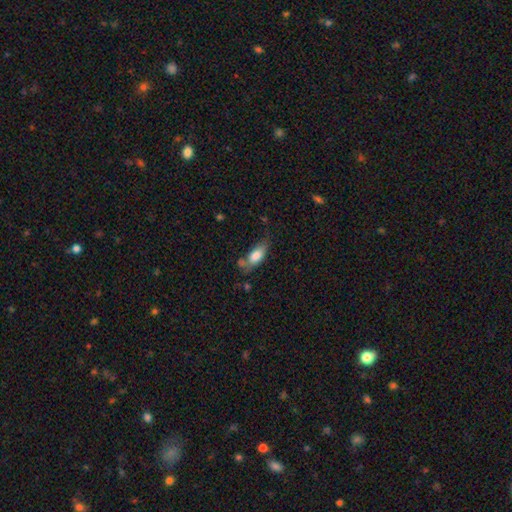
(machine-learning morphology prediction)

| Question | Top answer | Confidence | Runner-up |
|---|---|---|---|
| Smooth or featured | smooth | 76% | featured or disk (16%) |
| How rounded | in between | 80% | cigar-shaped (16%) |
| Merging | none | 46% | minor disturbance (29%) |